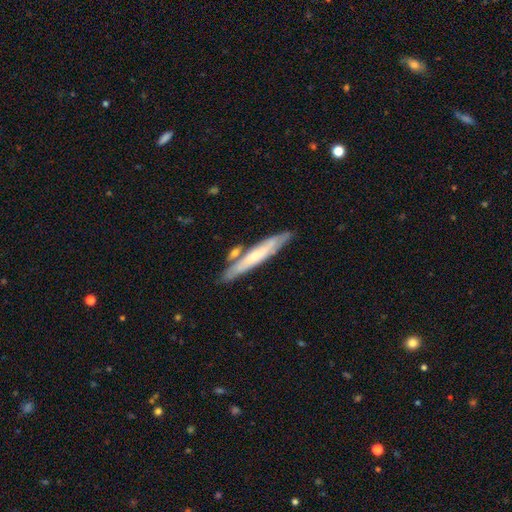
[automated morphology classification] Smooth or featured?
  - smooth: 47% * (tied)
  - featured or disk: 47% * (tied)
  - star or artifact: 6%
Merging?
  - none: 74% *
  - minor disturbance: 13%
  - merger: 10%
  - major disturbance: 3%